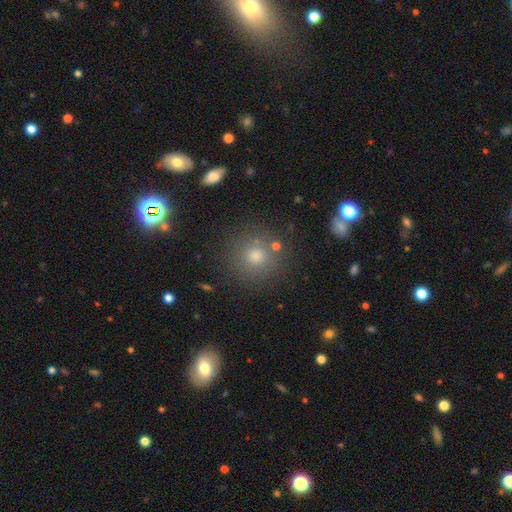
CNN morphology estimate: smooth_or_featured: smooth (p=0.68) [alt: star or artifact p=0.22]
how_rounded: round (p=0.93) [alt: in between p=0.06]
merging: none (p=0.83) [alt: minor disturbance p=0.08]